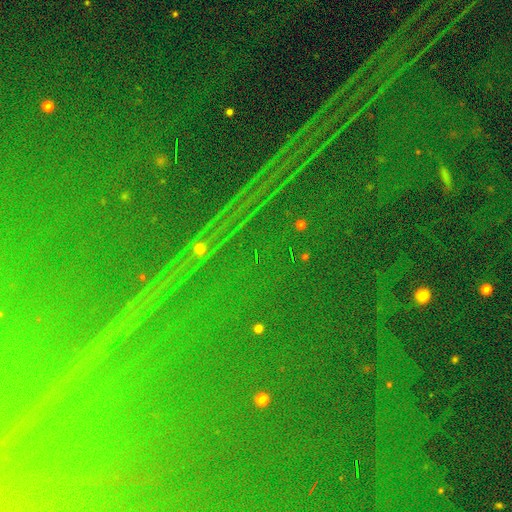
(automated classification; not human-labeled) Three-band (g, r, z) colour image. It shows a star or artifact, not a galaxy (88%).